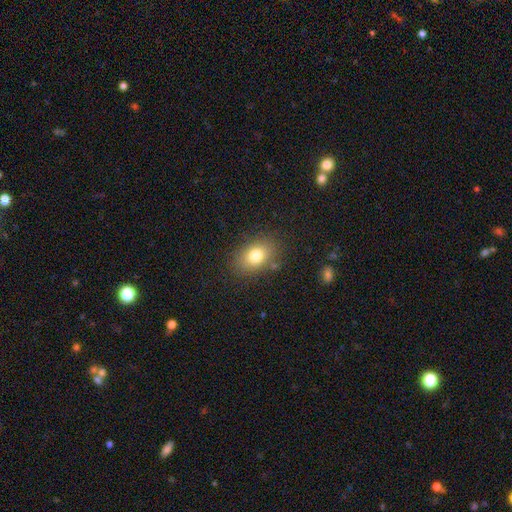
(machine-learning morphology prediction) smooth-or-featured: smooth: 80% | featured or disk: 10% | star or artifact: 10%
  how-rounded: in between: 78% | round: 20% | cigar-shaped: 1%
  merging: none: 82% | minor disturbance: 12% | major disturbance: 4% | merger: 2%